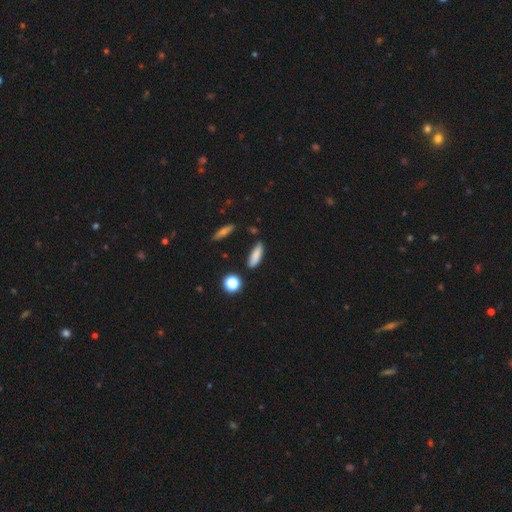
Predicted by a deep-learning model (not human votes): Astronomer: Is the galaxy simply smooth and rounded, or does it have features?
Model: smooth — 83%.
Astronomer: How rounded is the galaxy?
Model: cigar-shaped — 53% (runner-up: in between, 43%).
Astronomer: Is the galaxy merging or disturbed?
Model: none — 81%.